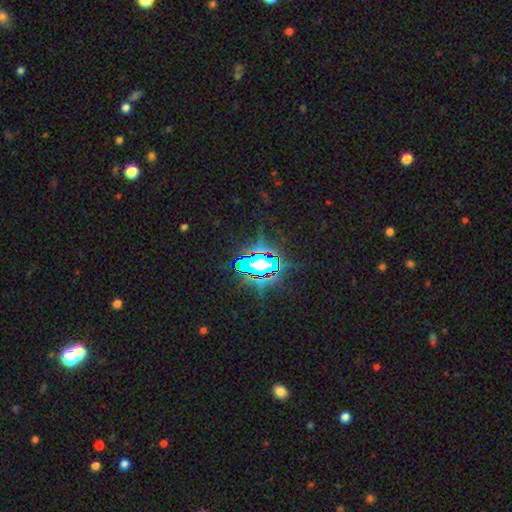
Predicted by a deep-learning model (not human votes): Smooth or featured? star or artifact (83%)